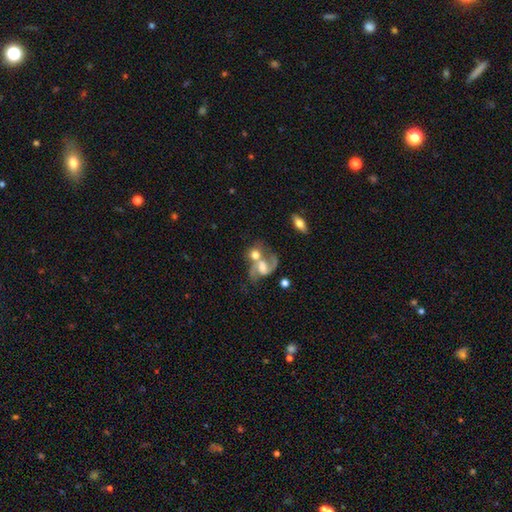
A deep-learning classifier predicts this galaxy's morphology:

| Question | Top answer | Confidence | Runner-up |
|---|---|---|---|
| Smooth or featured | featured or disk | 62% | smooth (30%) |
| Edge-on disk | no | 95% | yes (5%) |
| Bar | no | 46% | weak (41%) |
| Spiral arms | yes | 86% | no (14%) |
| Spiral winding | loose | 55% | medium (38%) |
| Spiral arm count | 2 | 86% | 1 (8%) |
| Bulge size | moderate | 45% | large (23%) |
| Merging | merger | 50% | none (32%) |